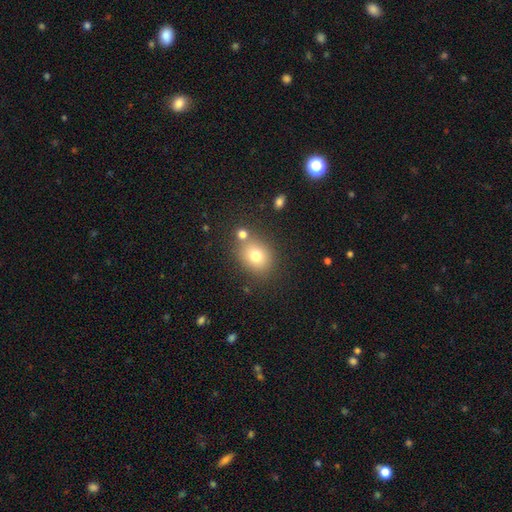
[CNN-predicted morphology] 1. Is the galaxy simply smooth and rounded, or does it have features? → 76% smooth, 13% star or artifact, 12% featured or disk.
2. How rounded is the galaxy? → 58% round, 41% in between, 1% cigar-shaped.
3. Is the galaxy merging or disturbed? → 70% none, 14% merger, 12% minor disturbance, 4% major disturbance.